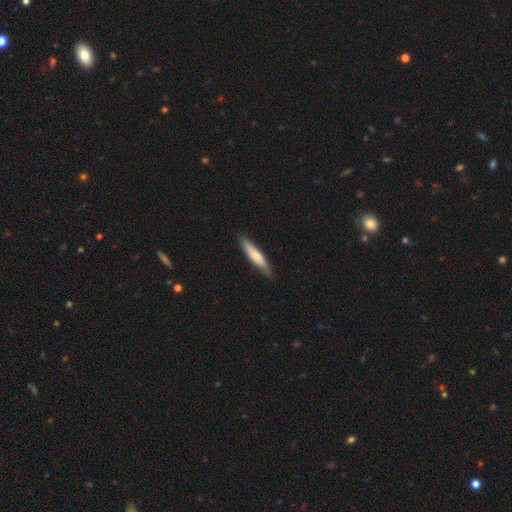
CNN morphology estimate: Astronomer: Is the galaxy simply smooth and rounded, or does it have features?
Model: smooth — 70%.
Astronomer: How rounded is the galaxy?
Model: cigar-shaped — 86%.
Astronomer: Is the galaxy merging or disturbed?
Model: none — 85%.